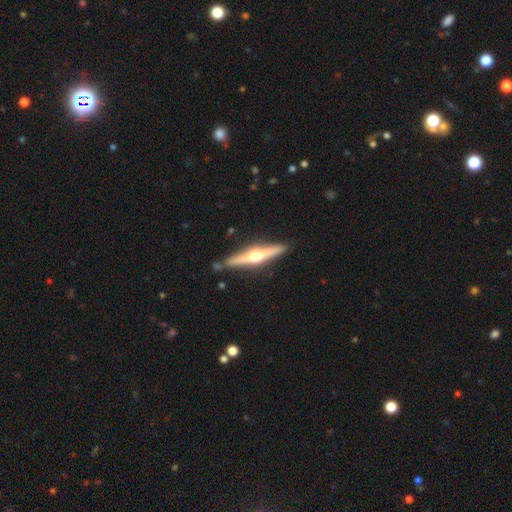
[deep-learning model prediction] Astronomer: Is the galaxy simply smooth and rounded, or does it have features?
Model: featured or disk — 73%.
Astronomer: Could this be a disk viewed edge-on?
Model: yes — 97%.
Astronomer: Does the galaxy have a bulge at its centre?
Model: rounded — 95%.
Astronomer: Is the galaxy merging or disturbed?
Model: none — 85%.